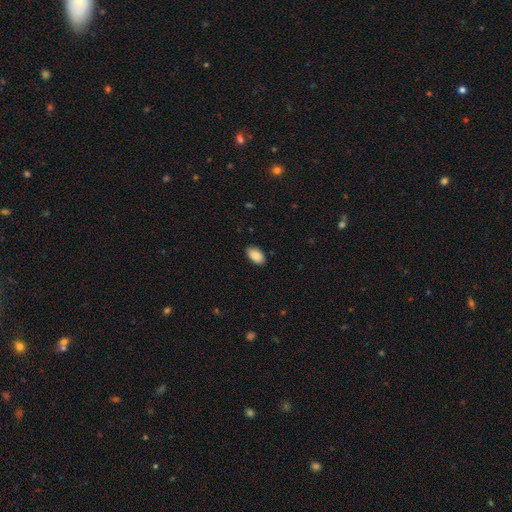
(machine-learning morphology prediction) This is clearly a smooth galaxy (90%). How rounded: clearly in between (95%). Merging: clearly none (88%).